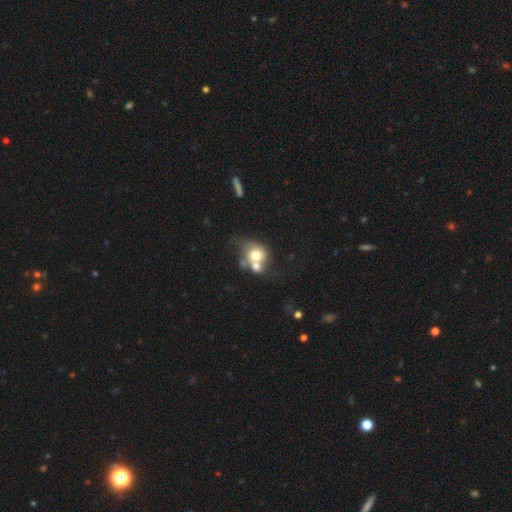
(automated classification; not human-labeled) smooth 64%, featured or disk 26%, star or artifact 9%. Down the decision tree: how rounded — round (67%); merging — merger (61%).